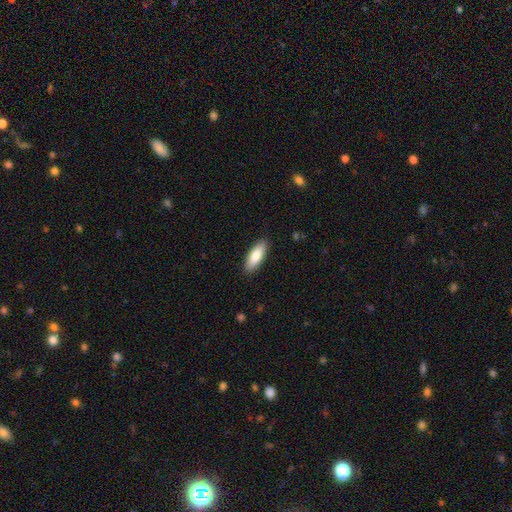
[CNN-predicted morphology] smooth 81%, featured or disk 13%, star or artifact 5%. Down the decision tree: how rounded — in between (67%); merging — none (89%).